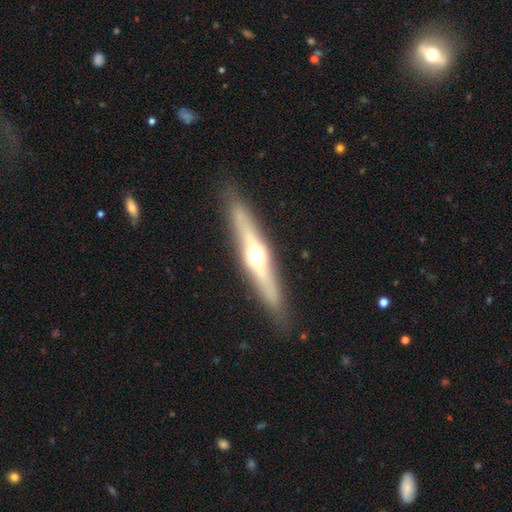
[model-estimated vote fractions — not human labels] The model was most divided on "smooth or featured": featured or disk: 63%, smooth: 30%, star or artifact: 7%. More confident: edge-on disk — yes (93%); edge-on bulge — rounded (93%); merging — none (88%).